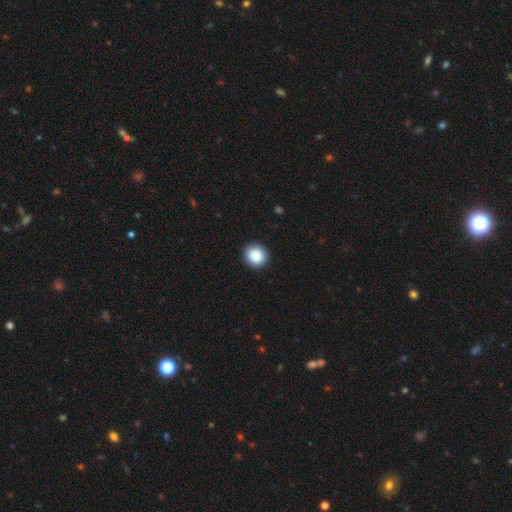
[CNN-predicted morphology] Overall: smooth (89%). How rounded: round (88%). Merging: none (90%).